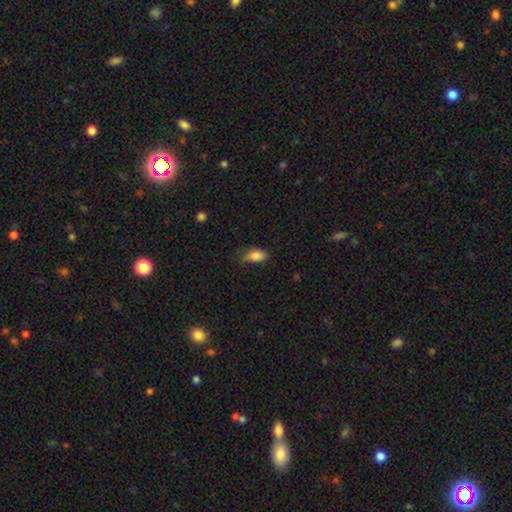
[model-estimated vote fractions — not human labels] The model was most divided on "merging": none: 60%, minor disturbance: 31%, major disturbance: 8%, merger: 1%. More confident: how rounded — in between (90%); smooth or featured — smooth (85%).